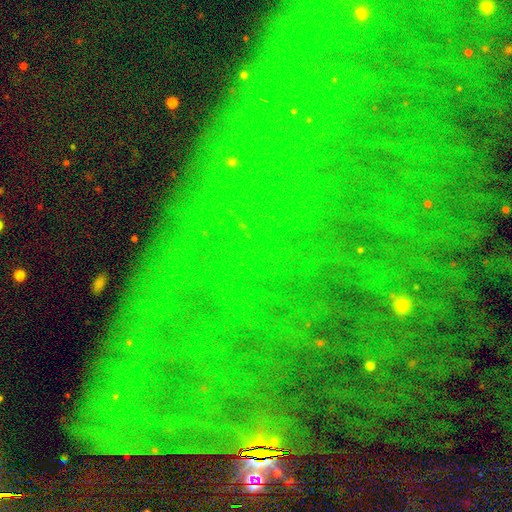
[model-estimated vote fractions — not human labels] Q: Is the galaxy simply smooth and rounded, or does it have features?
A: star or artifact — 84%.